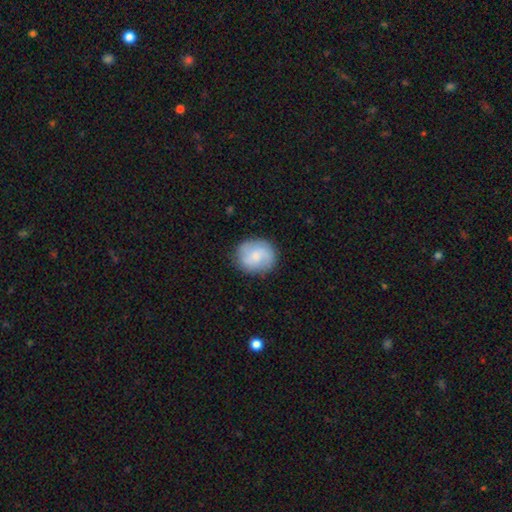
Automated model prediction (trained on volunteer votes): Smooth or featured? smooth (53%)
How rounded? round (80%)
Merging? none (82%)